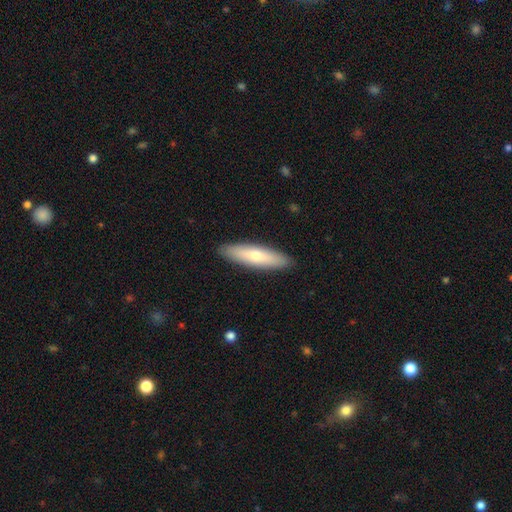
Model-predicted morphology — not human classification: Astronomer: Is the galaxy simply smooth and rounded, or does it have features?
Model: smooth — 65%.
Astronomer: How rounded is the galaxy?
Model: cigar-shaped — 69%.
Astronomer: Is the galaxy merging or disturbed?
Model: none — 91%.